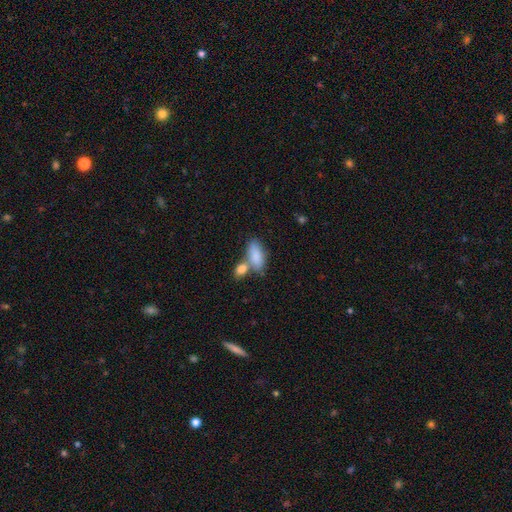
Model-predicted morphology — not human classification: Smooth or featured? smooth (85%)
How rounded? in between (87%)
Merging? none (41%, tied with merger)